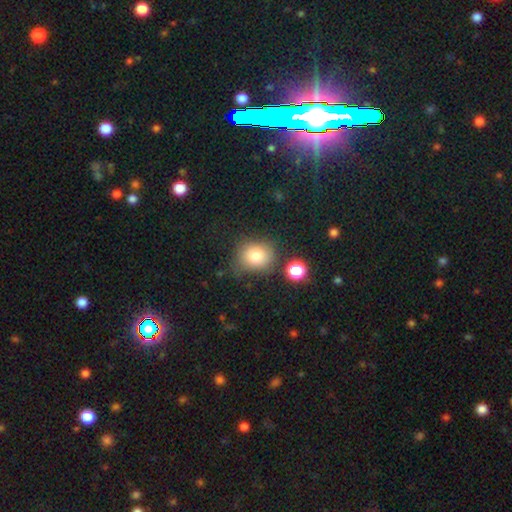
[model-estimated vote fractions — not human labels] Q: Smooth or featured?
A: smooth (79%); runner-up: star or artifact (12%)
Q: How rounded?
A: round (70%); runner-up: in between (29%)
Q: Merging?
A: none (67%); runner-up: minor disturbance (19%)